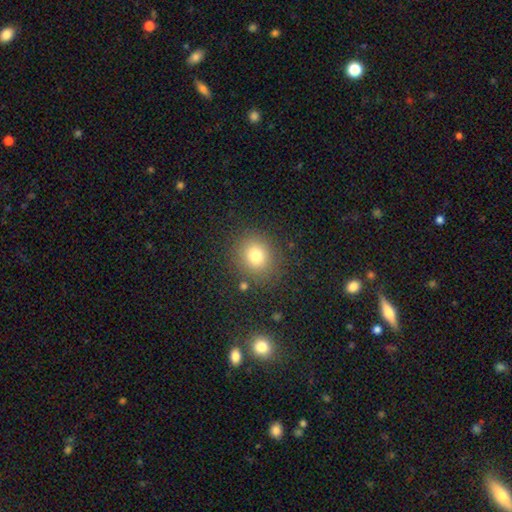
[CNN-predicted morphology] smooth 77%, star or artifact 14%, featured or disk 9%. Down the decision tree: how rounded — round (81%); merging — none (85%).